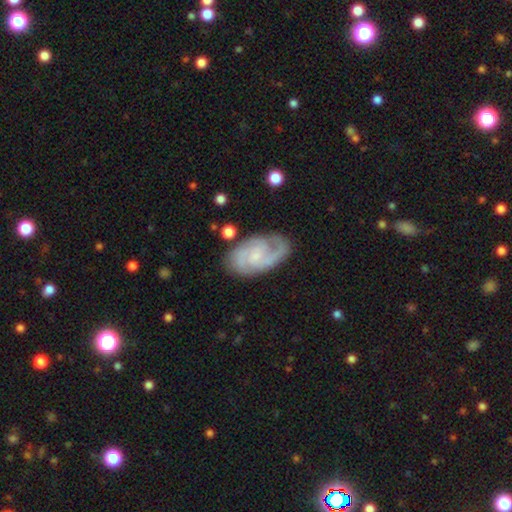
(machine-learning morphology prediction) smooth-or-featured: featured or disk: 83% | smooth: 12% | star or artifact: 5%
  disk-edge-on: no: 97% | yes: 3%
    bar: no: 53% | weak: 40% | strong: 7%
    has-spiral-arms: yes: 96% | no: 4%
      spiral-winding: medium: 47% | tight: 40% | loose: 12%
      spiral-arm-count: 2: 55% | 3: 22% | can't tell: 13% | 1: 4% | 4: 3% | more than 4: 3%
    bulge-size: small: 62% | moderate: 18% | none: 17% | large: 2% | dominant: 1%
  merging: none: 73% | minor disturbance: 18% | major disturbance: 7% | merger: 2%